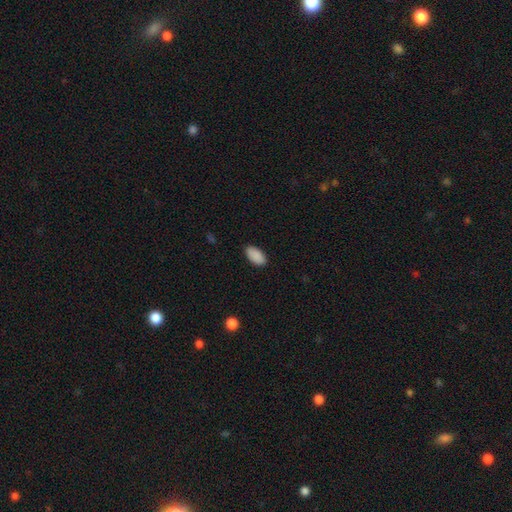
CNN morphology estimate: Smooth or featured? Predicted: smooth (p=0.90). How rounded? Predicted: in between (p=0.95). Merging? Predicted: none (p=0.87).